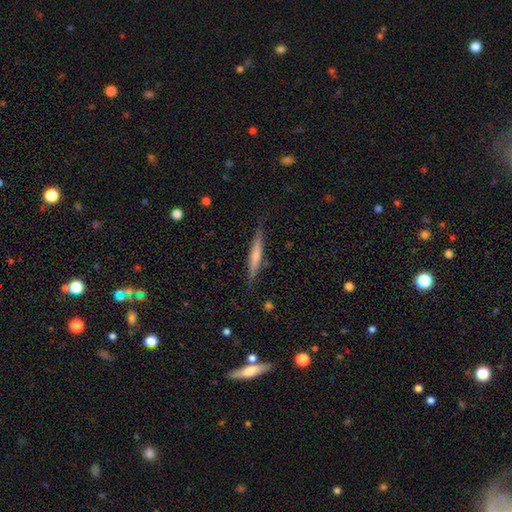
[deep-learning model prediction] Smooth or featured? Predicted: smooth (p=0.55). How rounded? Predicted: cigar-shaped (p=0.94). Merging? Predicted: none (p=0.85).